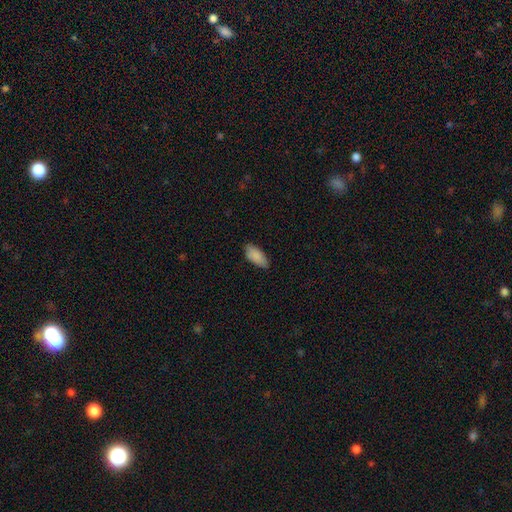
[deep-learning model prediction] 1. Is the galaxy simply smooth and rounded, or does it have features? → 88% smooth, 6% star or artifact, 6% featured or disk.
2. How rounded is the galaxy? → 88% in between, 10% cigar-shaped, 2% round.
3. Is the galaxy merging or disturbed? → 82% none, 15% minor disturbance, 2% major disturbance, 1% merger.